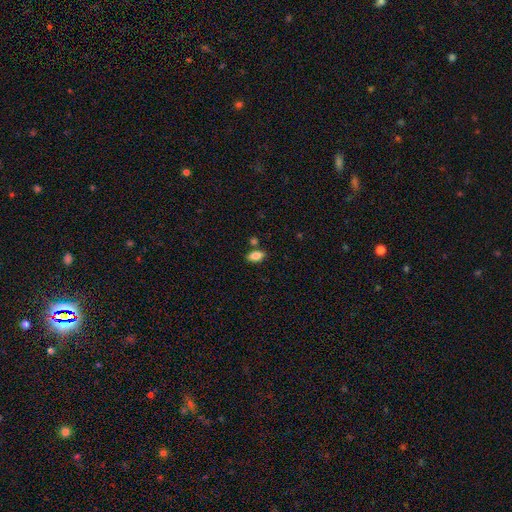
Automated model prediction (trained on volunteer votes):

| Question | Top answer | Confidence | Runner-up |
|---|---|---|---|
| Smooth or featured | smooth | 83% | featured or disk (9%) |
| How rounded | in between | 91% | cigar-shaped (5%) |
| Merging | none | 79% | minor disturbance (11%) |